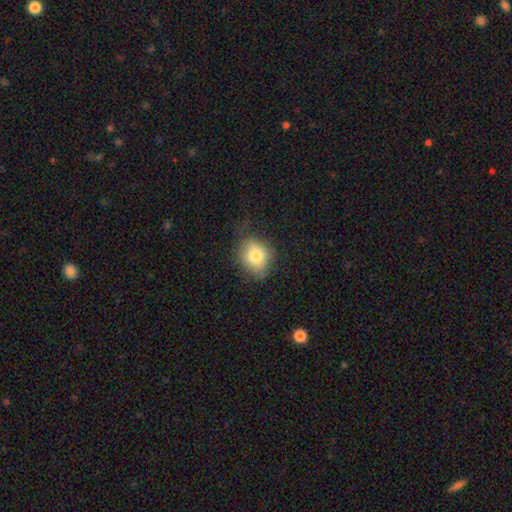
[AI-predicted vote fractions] smooth_or_featured: smooth (p=0.78) [alt: featured or disk p=0.12]
how_rounded: round (p=0.52) [alt: in between p=0.47]
merging: none (p=0.61) [alt: minor disturbance p=0.27]